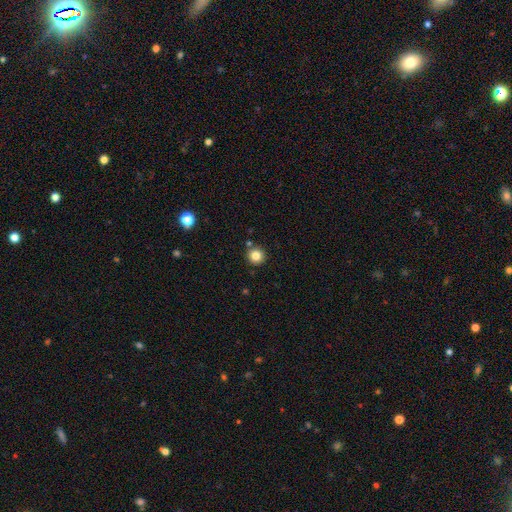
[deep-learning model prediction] A smooth galaxy with no disk features (83%) that is round (95%). Merging: none (88%).